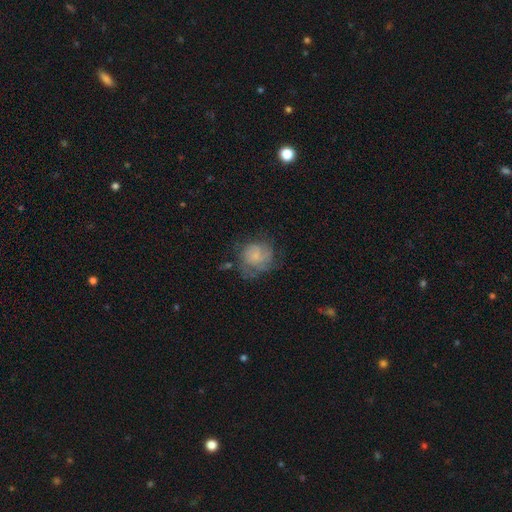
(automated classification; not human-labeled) Q: Smooth or featured?
A: smooth (48%); runner-up: featured or disk (42%)
Q: Merging?
A: none (51%); runner-up: minor disturbance (26%)